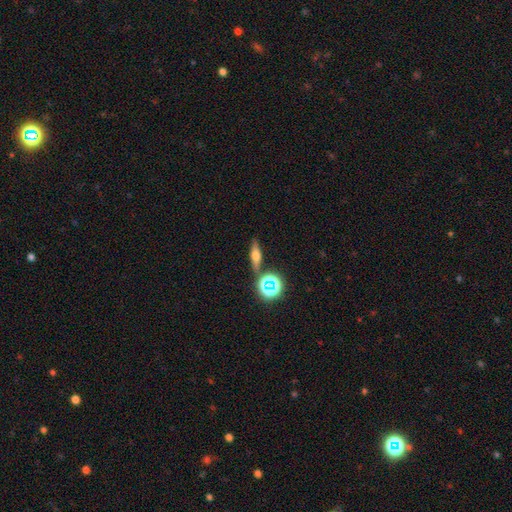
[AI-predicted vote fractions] Q: Smooth or featured?
A: featured or disk (43%); runner-up: smooth (40%)
Q: Merging?
A: none (82%); runner-up: minor disturbance (9%)